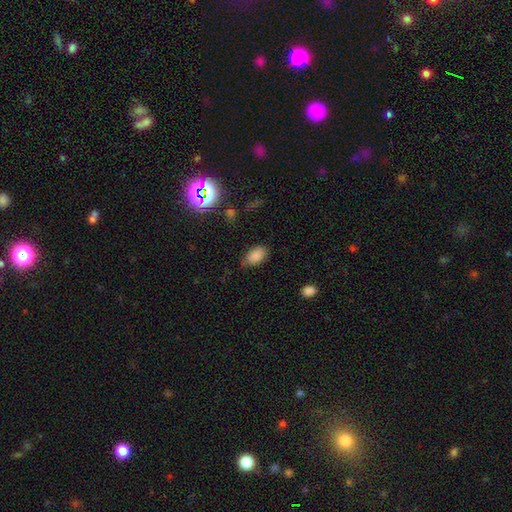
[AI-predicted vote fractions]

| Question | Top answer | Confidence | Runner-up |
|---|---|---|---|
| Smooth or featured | smooth | 84% | star or artifact (10%) |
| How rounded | in between | 91% | round (7%) |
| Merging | none | 67% | minor disturbance (26%) |